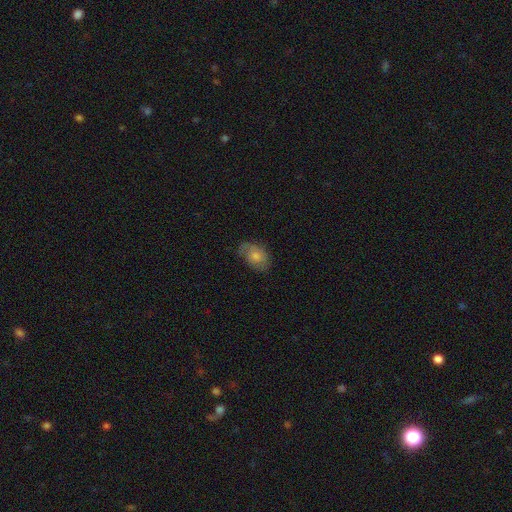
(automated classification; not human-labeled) Morphology: type=smooth (60%); roundness=in between (83%); merging=none (60%).